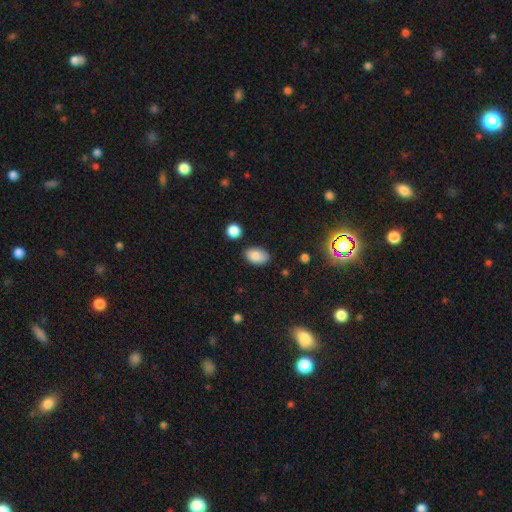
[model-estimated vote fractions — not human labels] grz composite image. It shows a smooth galaxy with no disk features (86%) that is in between round and cigar-shaped (91%). Merging: none (79%).